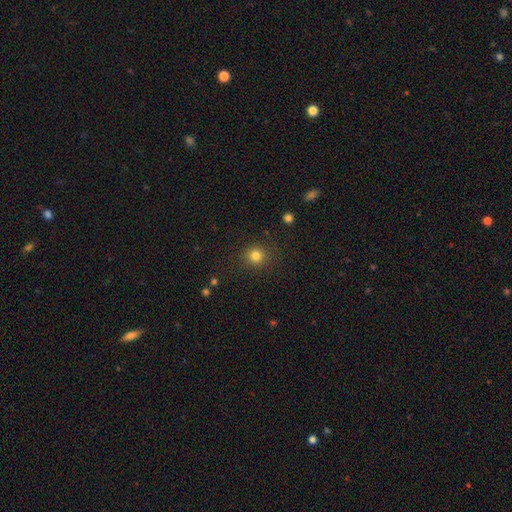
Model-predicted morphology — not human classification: Smooth or featured: smooth — 81% (star or artifact — 13%)
How rounded: round — 91% (in between — 8%)
Merging: none — 88% (minor disturbance — 7%)